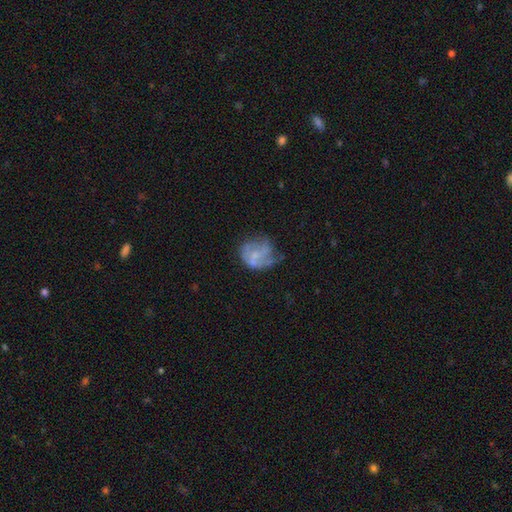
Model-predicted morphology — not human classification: Smooth or featured?
  - featured or disk: 55% *
  - smooth: 36%
  - star or artifact: 9%
Edge-on disk?
  - no: 98% *
  - yes: 2%
Bar?
  - no: 73% *
  - weak: 23%
  - strong: 4%
Spiral arms?
  - no: 55% *
  - yes: 45%
Bulge size?
  - small: 39% *
  - none: 34%
  - moderate: 24%
  - large: 2%
  - dominant: 1%
Merging?
  - none: 39% *
  - minor disturbance: 29%
  - major disturbance: 28%
  - merger: 4%